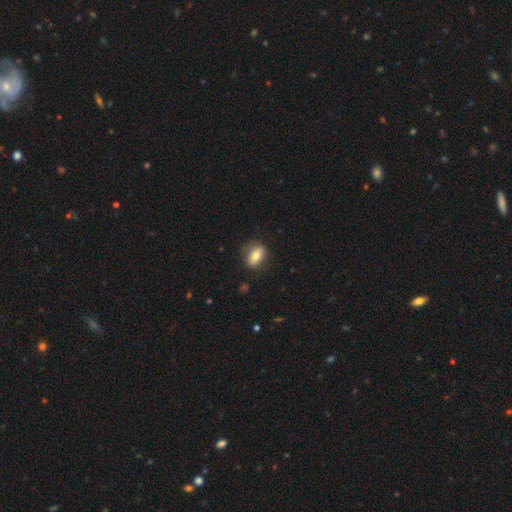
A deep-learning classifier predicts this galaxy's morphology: Smooth or featured?
  - smooth: 70% *
  - featured or disk: 22%
  - star or artifact: 7%
How rounded?
  - in between: 80% *
  - round: 14%
  - cigar-shaped: 6%
Merging?
  - none: 79% *
  - minor disturbance: 16%
  - major disturbance: 4%
  - merger: 1%